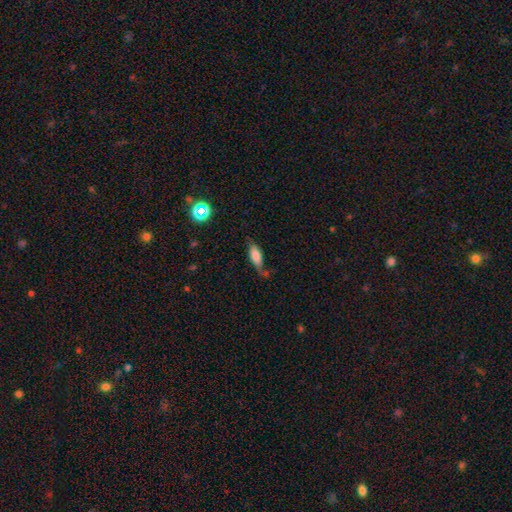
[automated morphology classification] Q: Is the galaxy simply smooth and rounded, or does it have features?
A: smooth — 66%.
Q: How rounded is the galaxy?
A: in between — 74%.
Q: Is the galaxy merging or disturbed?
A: none — 45%.